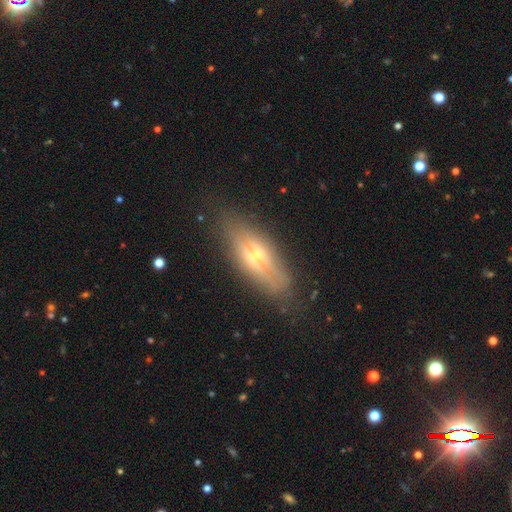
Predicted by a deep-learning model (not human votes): Smooth or featured? featured or disk (67%)
Edge-on disk? yes (82%)
Edge-on bulge? rounded (85%)
Merging? none (77%)